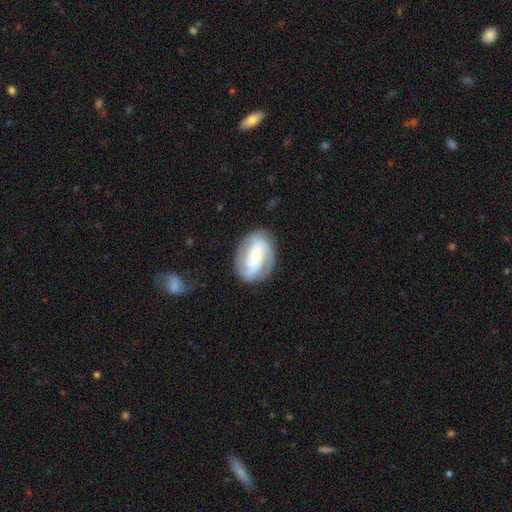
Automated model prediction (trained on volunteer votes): A featured or disk galaxy (77%) with no bar (52%), 2 (55%) tight (48%) spiral arms (93%) and a small central bulge (57%). Merging: none (77%).